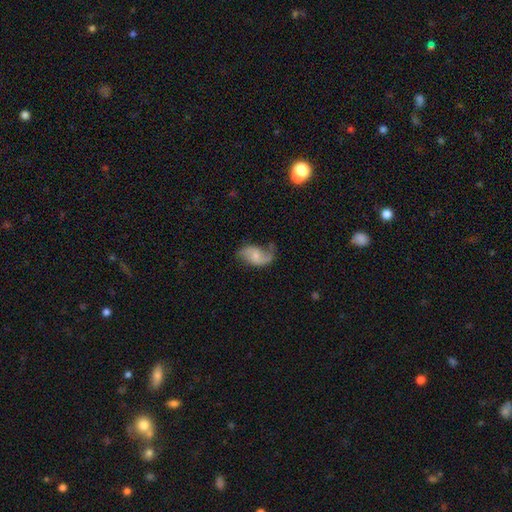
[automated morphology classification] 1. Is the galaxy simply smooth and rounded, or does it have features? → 63% featured or disk, 29% smooth, 7% star or artifact.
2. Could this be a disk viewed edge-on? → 97% no, 3% yes.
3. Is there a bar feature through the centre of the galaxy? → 56% no, 36% weak, 8% strong.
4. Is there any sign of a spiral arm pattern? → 89% yes, 11% no.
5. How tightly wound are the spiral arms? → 64% loose, 28% medium, 9% tight.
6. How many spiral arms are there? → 77% 2, 15% 1, 5% can't tell, 1% 3, 1% 4, 1% more than 4.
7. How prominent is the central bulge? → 49% small, 35% moderate, 11% none, 4% large, 1% dominant.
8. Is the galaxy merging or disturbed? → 51% none, 28% minor disturbance, 18% major disturbance, 3% merger.